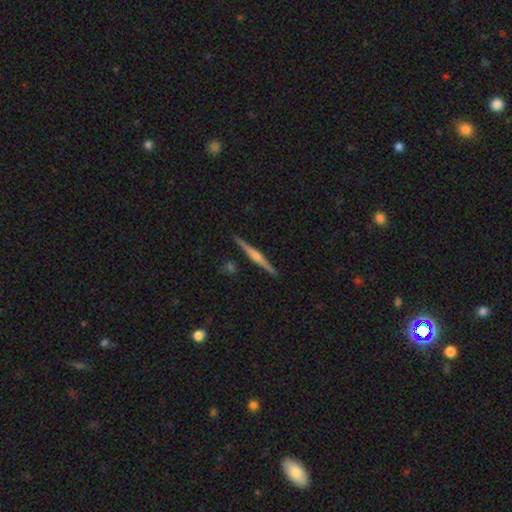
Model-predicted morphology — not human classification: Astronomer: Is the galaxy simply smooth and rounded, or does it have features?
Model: featured or disk — 74%.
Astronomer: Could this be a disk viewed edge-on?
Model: yes — 98%.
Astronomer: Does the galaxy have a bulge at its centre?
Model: rounded — 69%.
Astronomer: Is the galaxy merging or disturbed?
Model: none — 91%.